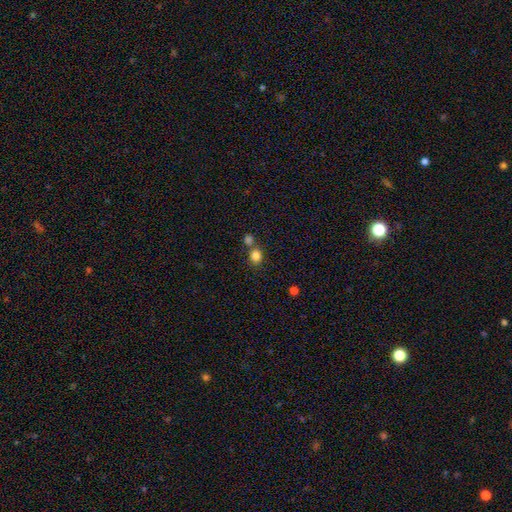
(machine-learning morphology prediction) The model was most divided on "merging": none: 57%, merger: 30%, minor disturbance: 9%, major disturbance: 4%. More confident: smooth or featured — smooth (82%); how rounded — round (65%).